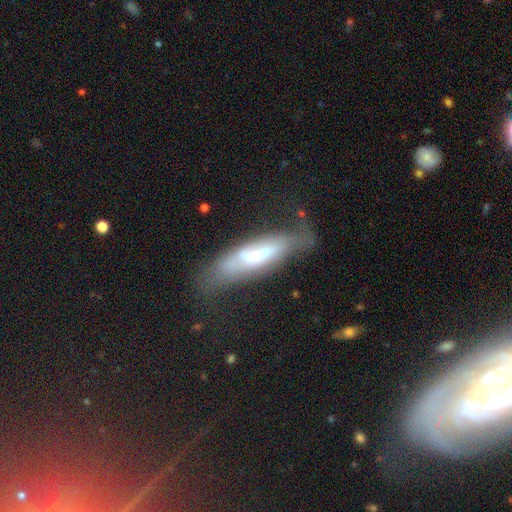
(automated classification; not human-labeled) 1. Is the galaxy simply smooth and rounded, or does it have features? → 53% featured or disk, 39% smooth, 8% star or artifact.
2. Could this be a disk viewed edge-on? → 55% no, 45% yes.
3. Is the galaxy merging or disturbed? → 43% none, 27% minor disturbance, 24% major disturbance, 6% merger.